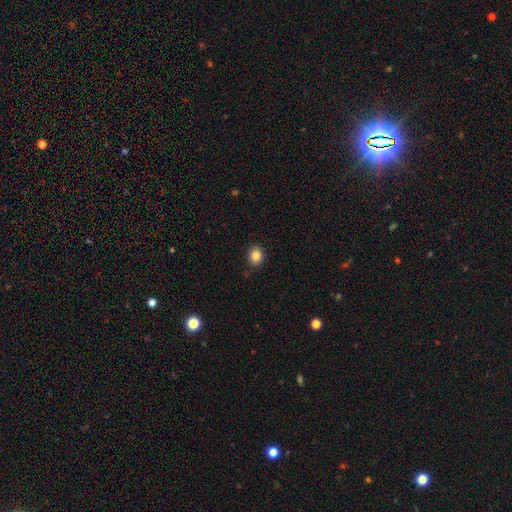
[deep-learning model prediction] Smooth or featured? smooth (86%)
How rounded? round (62%)
Merging? none (90%)